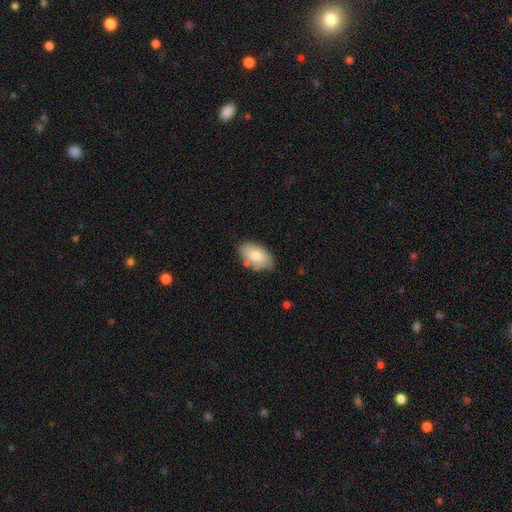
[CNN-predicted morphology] type=smooth (77%); roundness=in between (93%); merging=none (70%).